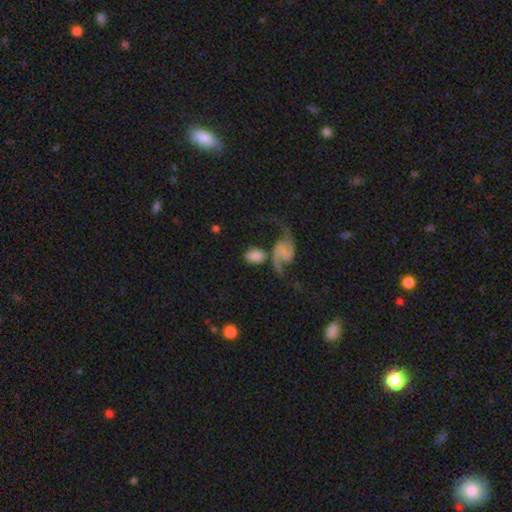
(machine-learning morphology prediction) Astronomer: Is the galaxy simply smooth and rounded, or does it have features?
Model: smooth — 60%.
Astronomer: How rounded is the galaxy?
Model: in between — 67%.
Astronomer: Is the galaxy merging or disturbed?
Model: none — 41% (runner-up: merger, 30%).